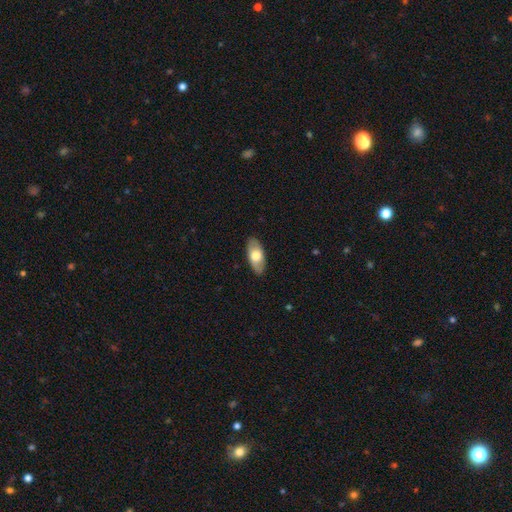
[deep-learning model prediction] A smooth galaxy with no disk features (63%) that is in between round and cigar-shaped (90%).

Vote fractions:
- Smooth or featured? smooth: 63% / featured or disk: 32% / star or artifact: 5%
- How rounded? in between: 90% / cigar-shaped: 7% / round: 3%
- Merging? none: 87% / minor disturbance: 10% / major disturbance: 2% / merger: 1%